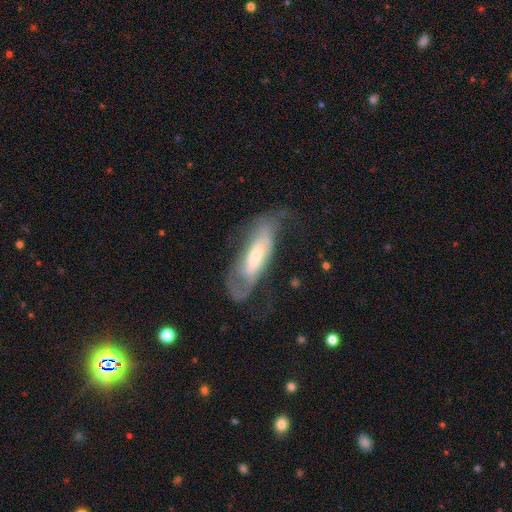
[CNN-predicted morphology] Smooth or featured: featured or disk — 62% (smooth — 31%)
Edge-on disk: no — 76% (yes — 24%)
Merging: none — 41% (major disturbance — 32%)